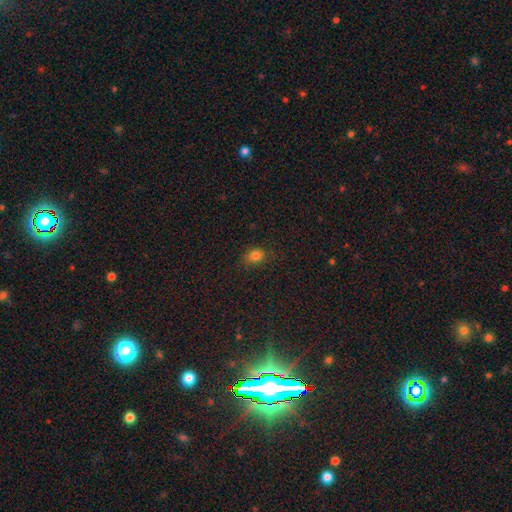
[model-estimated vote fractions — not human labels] Smooth or featured? smooth (79%)
How rounded? in between (54%)
Merging? none (77%)